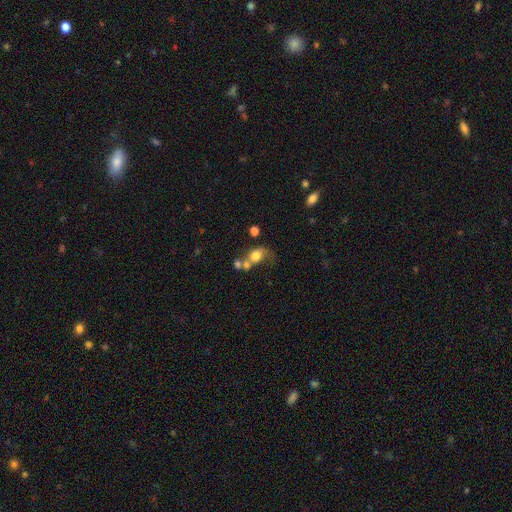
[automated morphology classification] smooth-or-featured: smooth: 69% | featured or disk: 20% | star or artifact: 11%
  how-rounded: round: 52% | in between: 46% | cigar-shaped: 2%
  merging: merger: 43% | none: 27% | major disturbance: 16% | minor disturbance: 14%